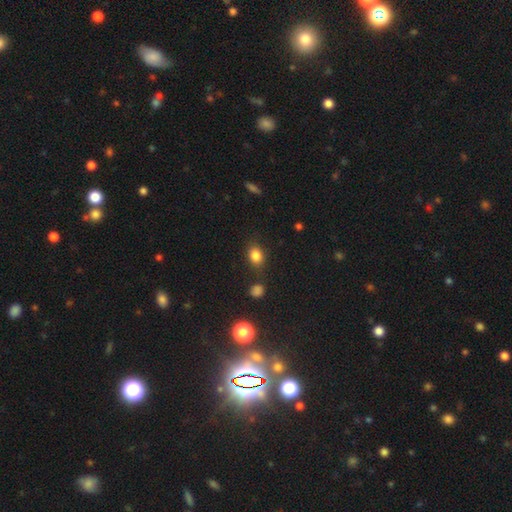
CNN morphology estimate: smooth 82%, star or artifact 12%, featured or disk 6%. Down the decision tree: how rounded — in between (61%); merging — none (78%).